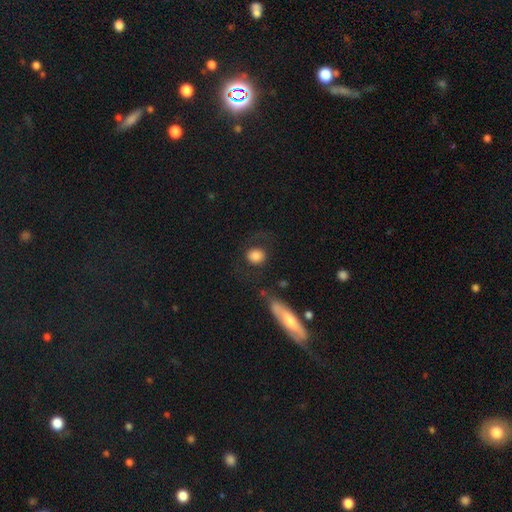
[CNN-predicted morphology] This appears to be a smooth galaxy with no disk features (79%) that is round (71%). Merging: none (70%).